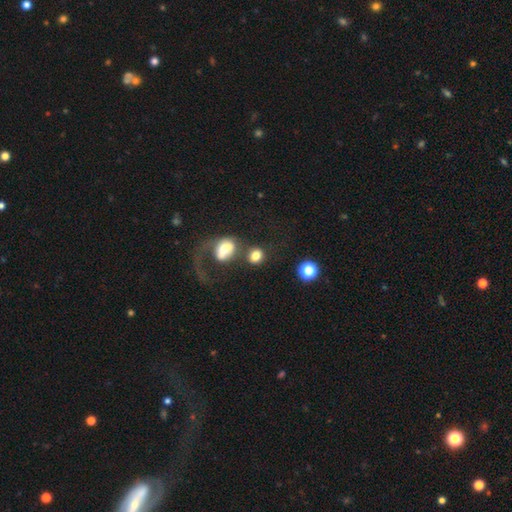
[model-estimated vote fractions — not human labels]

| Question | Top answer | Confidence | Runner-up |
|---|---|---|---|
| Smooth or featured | smooth | 78% | featured or disk (11%) |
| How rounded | round | 62% | in between (36%) |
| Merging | none | 47% | merger (30%) |